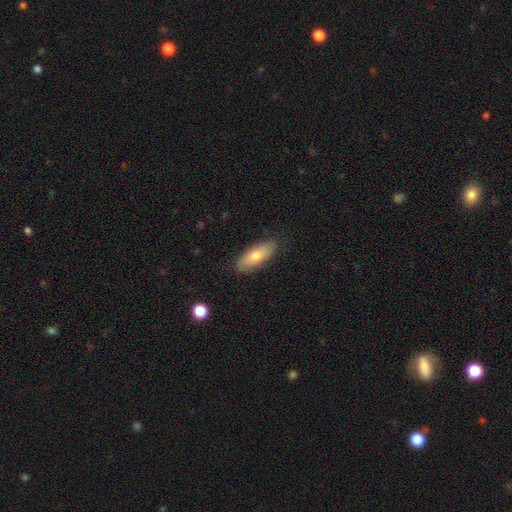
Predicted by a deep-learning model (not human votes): Smooth or featured: smooth — 75% (featured or disk — 19%)
How rounded: in between — 71% (cigar-shaped — 27%)
Merging: none — 85% (minor disturbance — 12%)